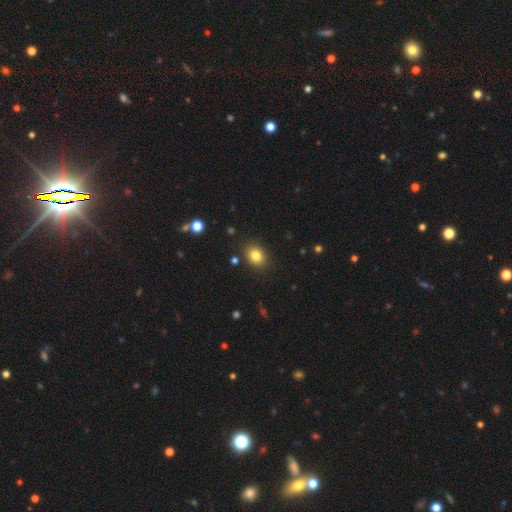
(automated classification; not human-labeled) Overall: smooth (82%). How rounded: round (51%; in between 48%). Merging: none (88%).